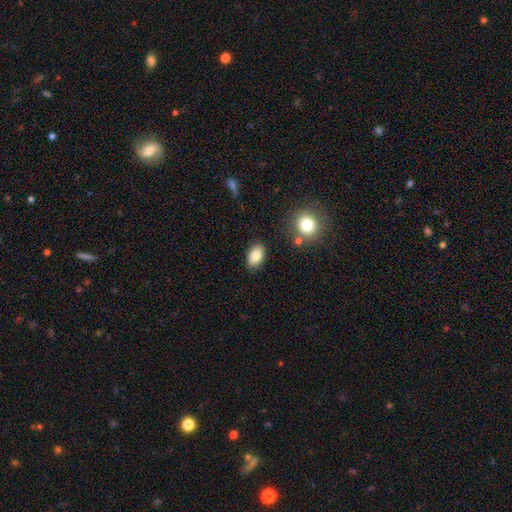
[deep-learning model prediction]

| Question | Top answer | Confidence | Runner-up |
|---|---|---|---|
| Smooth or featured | smooth | 81% | featured or disk (10%) |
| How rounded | in between | 88% | round (10%) |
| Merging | none | 84% | minor disturbance (11%) |